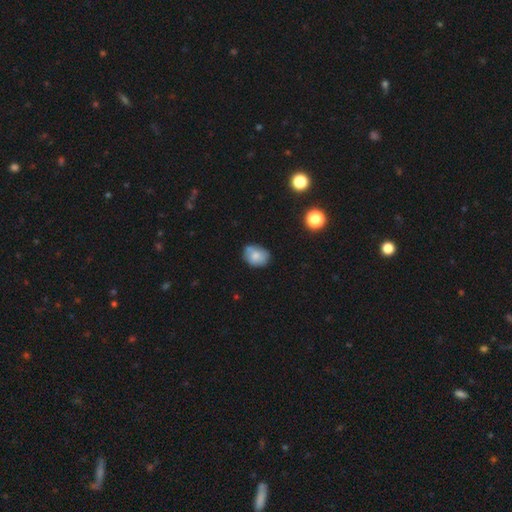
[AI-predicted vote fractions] The model was most divided on "how rounded": in between: 61%, round: 38%, cigar-shaped: 1%. More confident: smooth or featured — smooth (73%); merging — none (62%).